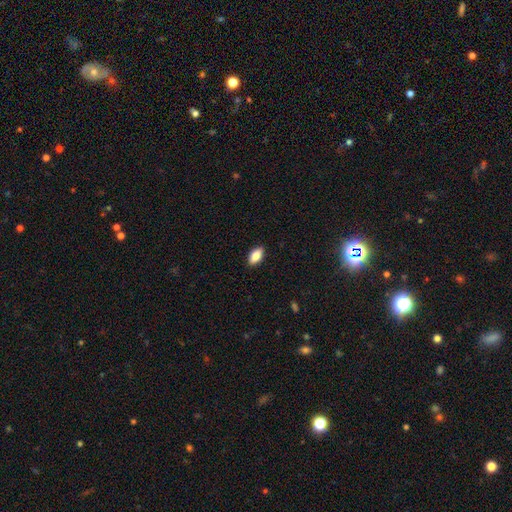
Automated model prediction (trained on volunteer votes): Smooth or featured? Predicted: smooth (p=0.85). How rounded? Predicted: in between (p=0.92). Merging? Predicted: none (p=0.90).